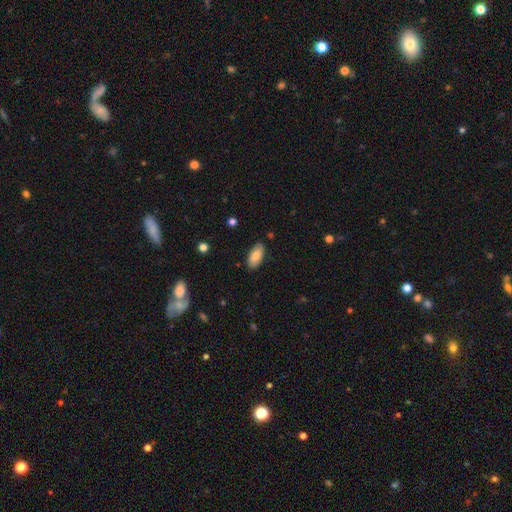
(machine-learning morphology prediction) The model was most divided on "smooth or featured": smooth: 81%, featured or disk: 13%, star or artifact: 7%. More confident: how rounded — in between (91%); merging — none (85%).